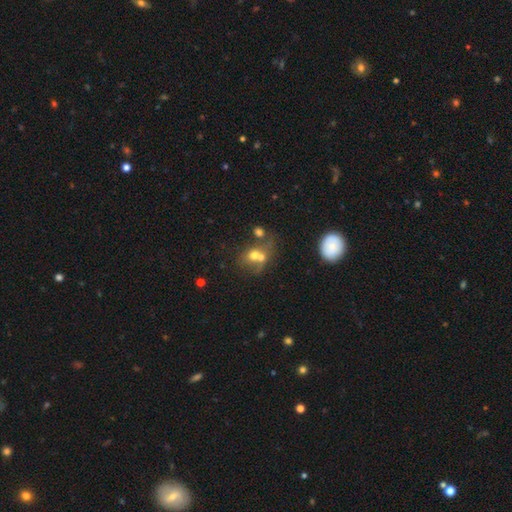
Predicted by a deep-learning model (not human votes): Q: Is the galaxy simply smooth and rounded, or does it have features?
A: smooth — 59%.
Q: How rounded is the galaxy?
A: round — 57%.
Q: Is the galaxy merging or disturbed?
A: merger — 60%.